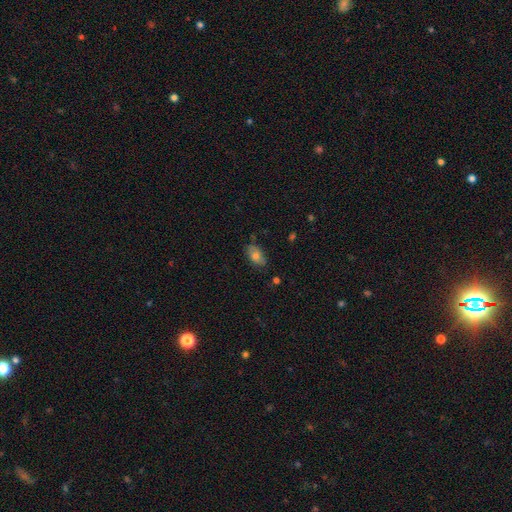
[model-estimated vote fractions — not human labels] smooth-or-featured: smooth: 73% | featured or disk: 19% | star or artifact: 9%
  how-rounded: in between: 90% | round: 7% | cigar-shaped: 3%
  merging: none: 74% | minor disturbance: 20% | major disturbance: 4% | merger: 2%